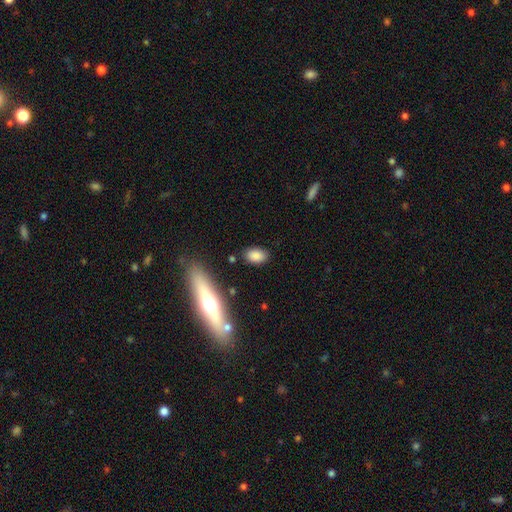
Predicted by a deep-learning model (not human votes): Morphology: type=smooth (83%); roundness=in between (87%); merging=none (84%).